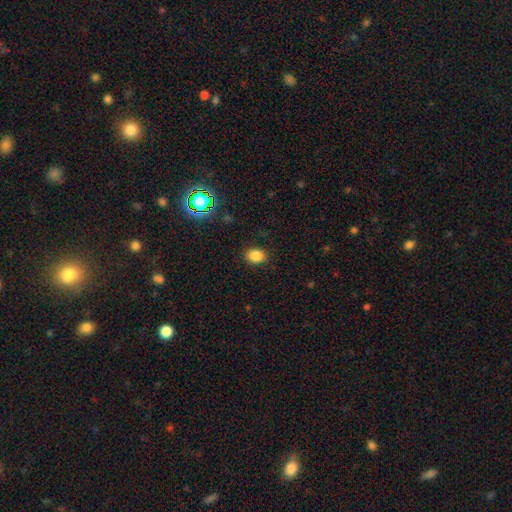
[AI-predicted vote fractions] smooth 83%, star or artifact 12%, featured or disk 5%. Down the decision tree: how rounded — in between (64%); merging — none (88%).